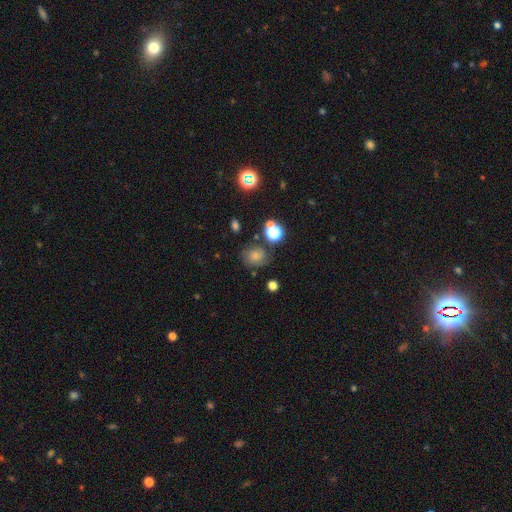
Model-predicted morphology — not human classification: Smooth or featured? Predicted: smooth (p=0.61). How rounded? Predicted: round (p=0.68). Merging? Predicted: none (p=0.69).